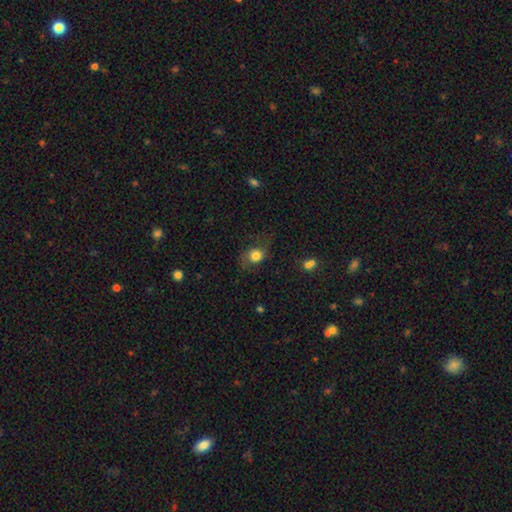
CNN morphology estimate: Smooth or featured: smooth — 67% (featured or disk — 23%)
How rounded: round — 65% (in between — 34%)
Merging: none — 59% (minor disturbance — 23%)